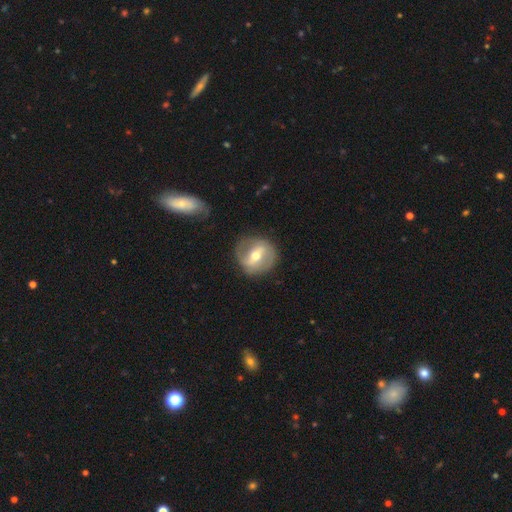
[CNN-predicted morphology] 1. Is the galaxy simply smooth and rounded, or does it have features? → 69% featured or disk, 25% smooth, 6% star or artifact.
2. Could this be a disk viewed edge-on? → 93% no, 7% yes.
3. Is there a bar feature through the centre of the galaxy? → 51% strong, 35% weak, 14% no.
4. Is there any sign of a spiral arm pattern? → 63% yes, 37% no.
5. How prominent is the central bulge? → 69% moderate, 25% small, 5% large, 1% dominant, 1% none.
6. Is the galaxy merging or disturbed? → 81% none, 13% minor disturbance, 5% major disturbance, 1% merger.